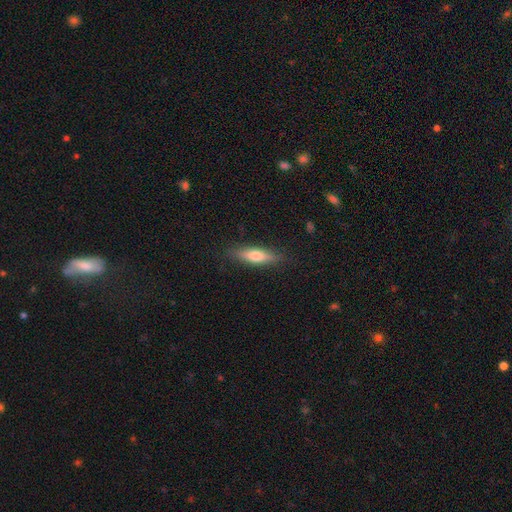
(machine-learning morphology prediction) Smooth or featured? smooth (62%)
How rounded? cigar-shaped (67%)
Merging? none (86%)